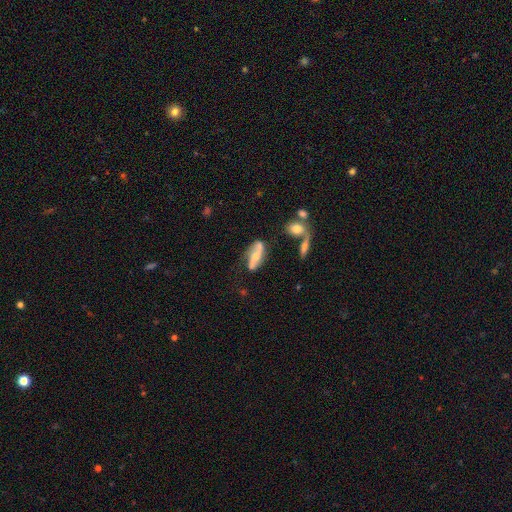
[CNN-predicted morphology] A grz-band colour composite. It shows a featured or disk galaxy (67%) with no bar (46%), spiral arms (84%) and a moderate central bulge (55%). Merging: none (61%).